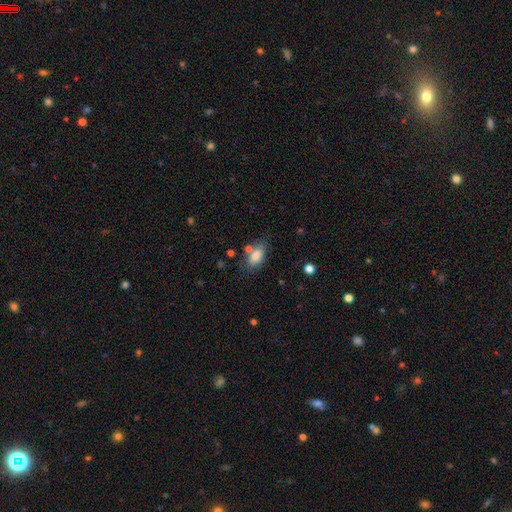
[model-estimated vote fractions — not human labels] Smooth or featured? smooth (80%)
How rounded? in between (89%)
Merging? none (62%)